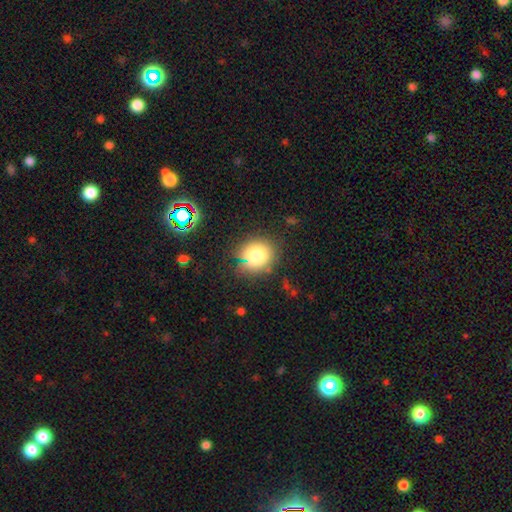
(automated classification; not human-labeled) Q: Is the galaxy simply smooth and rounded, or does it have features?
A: smooth — 78%.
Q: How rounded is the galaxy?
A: round — 75%.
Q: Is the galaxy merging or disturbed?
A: none — 79%.